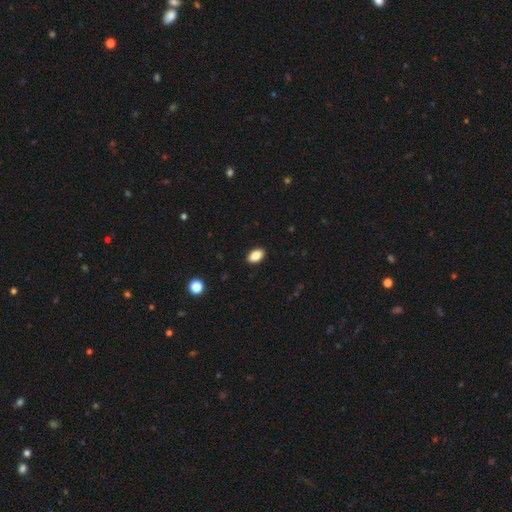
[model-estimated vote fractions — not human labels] Morphology: type=smooth (86%); roundness=in between (90%); merging=none (90%).